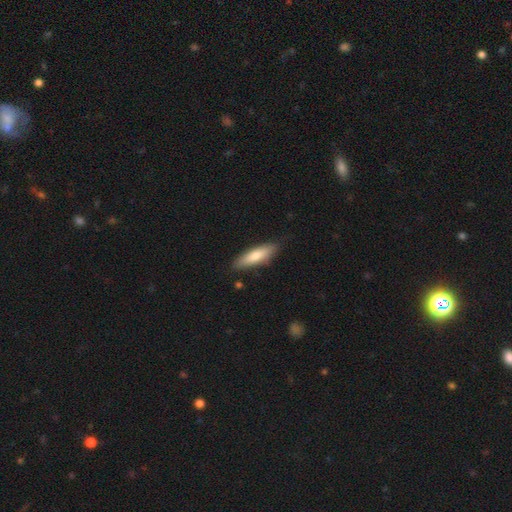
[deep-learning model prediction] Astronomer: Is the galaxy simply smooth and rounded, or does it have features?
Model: smooth — 77%.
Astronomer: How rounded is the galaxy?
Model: cigar-shaped — 59% (runner-up: in between, 39%).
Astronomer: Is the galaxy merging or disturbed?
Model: none — 82%.